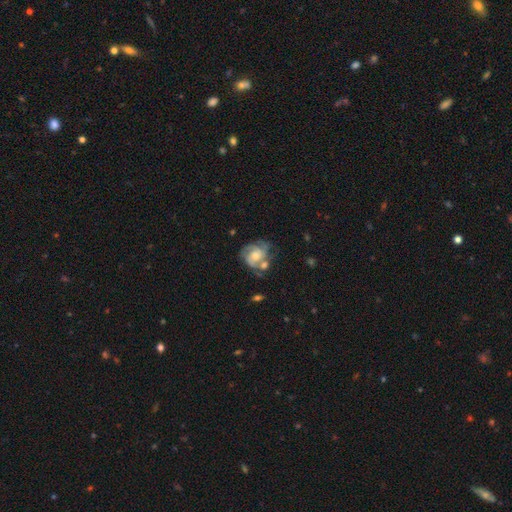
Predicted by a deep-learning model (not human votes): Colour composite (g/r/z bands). It shows a featured or disk galaxy (74%) with no bar (70%), 2 (33%) tight (49%) spiral arms (89%) and a moderate central bulge (51%). Merging: none (43%).